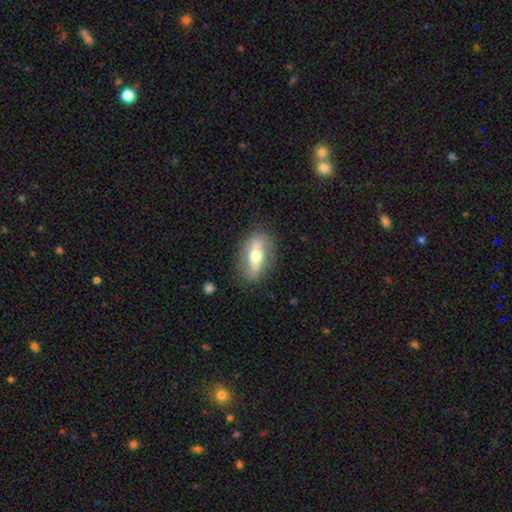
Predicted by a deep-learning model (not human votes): A featured or disk galaxy (50%).

Vote fractions:
- Smooth or featured? featured or disk: 50% / smooth: 44% / star or artifact: 6%
- Merging? none: 83% / minor disturbance: 12% / major disturbance: 4% / merger: 1%